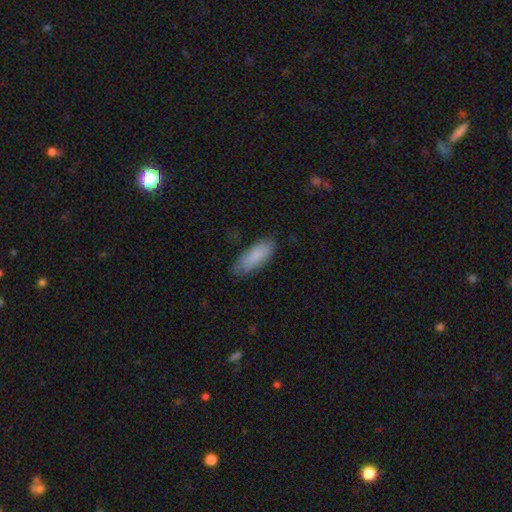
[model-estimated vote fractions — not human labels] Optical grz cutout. It shows a smooth galaxy with no disk features (86%) that is in between round and cigar-shaped (64%). Merging: none (77%).